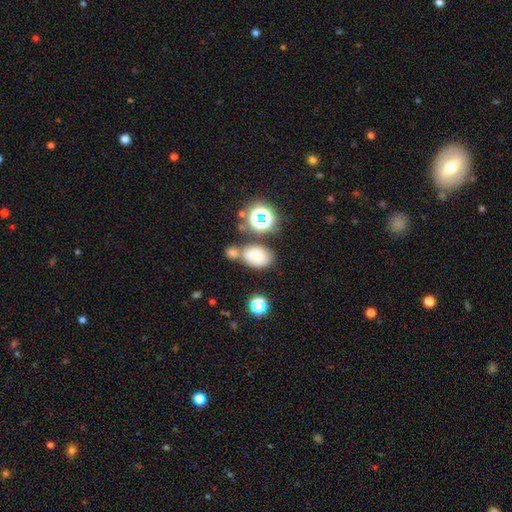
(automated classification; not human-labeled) The model was most divided on "merging": none: 51%, merger: 27%, minor disturbance: 16%, major disturbance: 6%. More confident: how rounded — in between (77%); smooth or featured — smooth (71%).